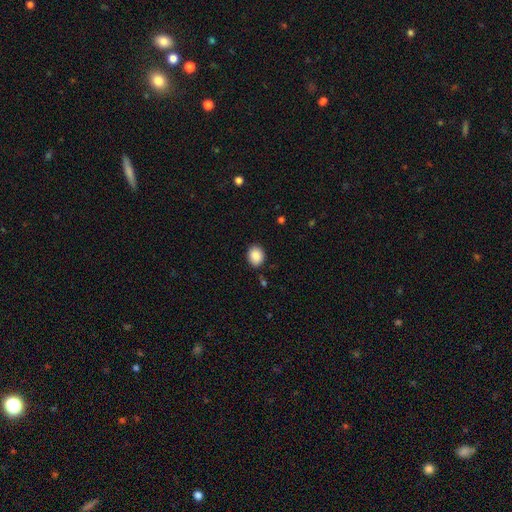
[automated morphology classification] This is clearly a smooth galaxy (88%). How rounded: possibly round (53%). Merging: clearly none (86%).